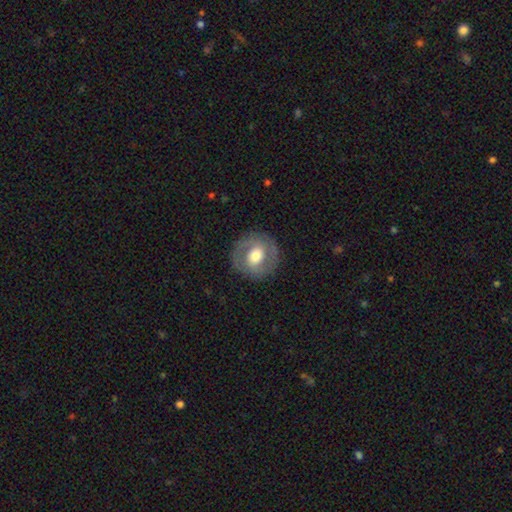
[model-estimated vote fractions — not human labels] Q: Smooth or featured?
A: featured or disk (48%); runner-up: smooth (45%)
Q: Merging?
A: none (84%); runner-up: minor disturbance (10%)